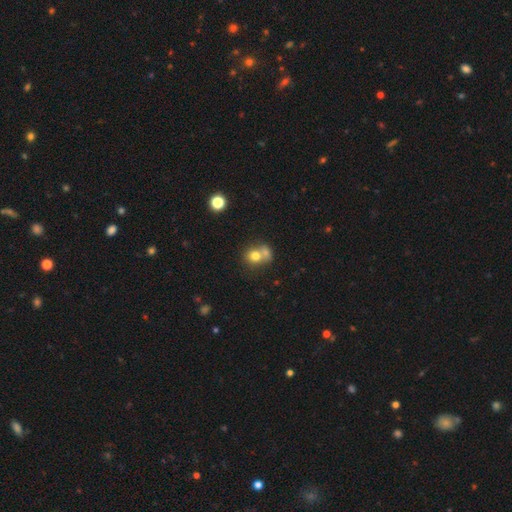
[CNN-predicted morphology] Smooth or featured? smooth (75%)
How rounded? round (72%)
Merging? merger (53%)